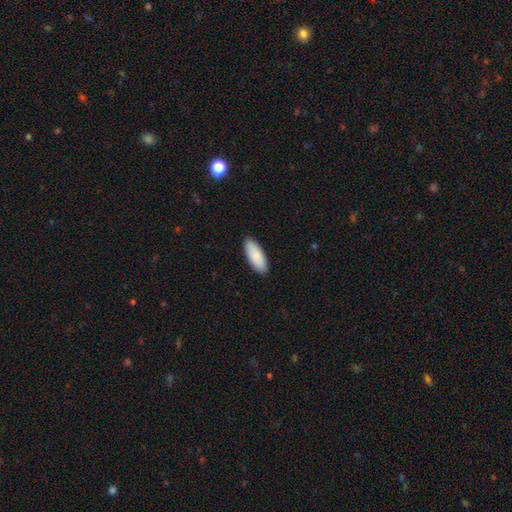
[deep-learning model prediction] This is clearly a smooth galaxy (88%). How rounded: clearly in between (81%). Merging: clearly none (89%).